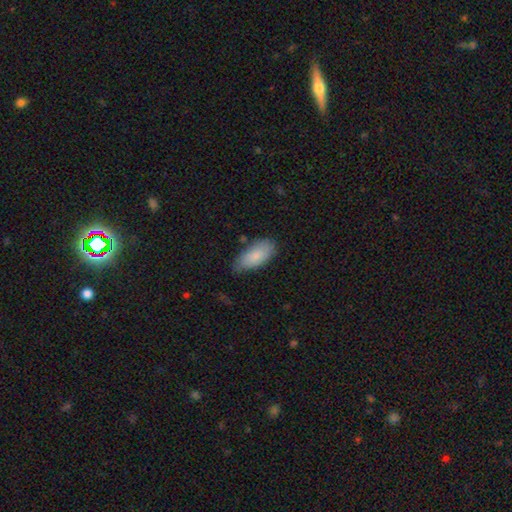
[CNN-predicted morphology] A smooth galaxy with no disk features (85%) that is in between round and cigar-shaped (90%). Merging: none (66%).